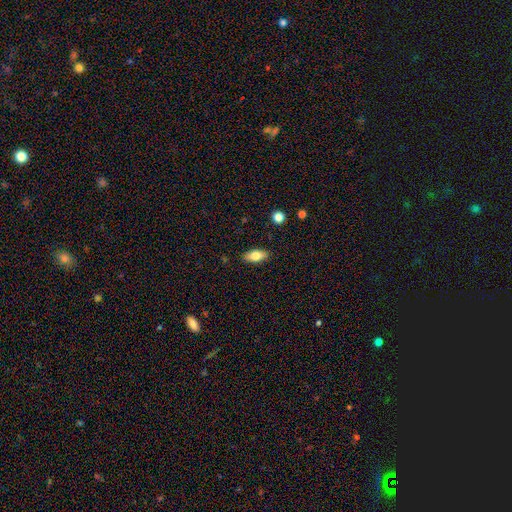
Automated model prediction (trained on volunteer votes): Smooth or featured? Predicted: smooth (p=0.78). How rounded? Predicted: in between (p=0.86). Merging? Predicted: none (p=0.88).